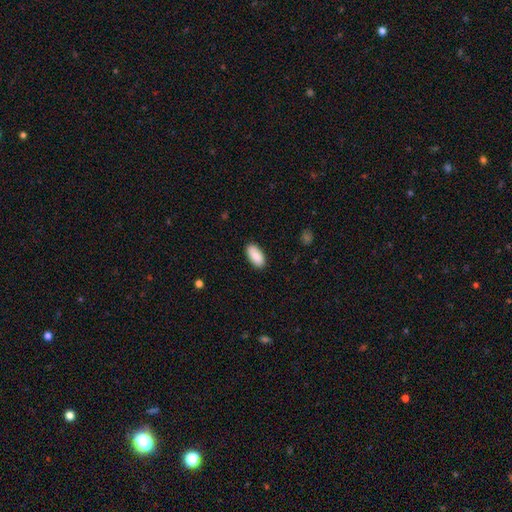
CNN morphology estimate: The model was most divided on "merging": none: 88%, minor disturbance: 9%, major disturbance: 2%, merger: 1%. More confident: how rounded — in between (90%); smooth or featured — smooth (87%).